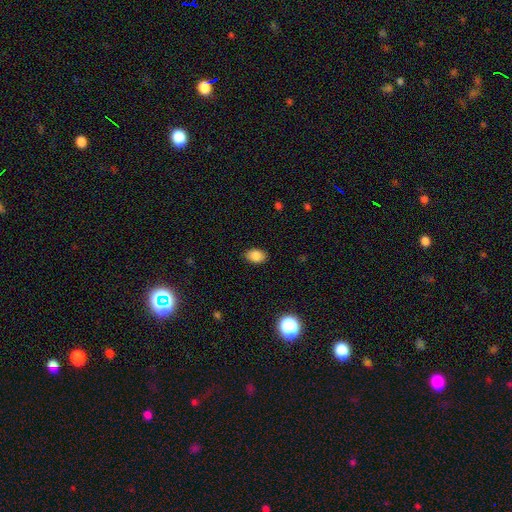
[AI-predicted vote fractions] smooth_or_featured: smooth (p=0.86) [alt: star or artifact p=0.09]
how_rounded: in between (p=0.85) [alt: round p=0.14]
merging: none (p=0.87) [alt: minor disturbance p=0.10]